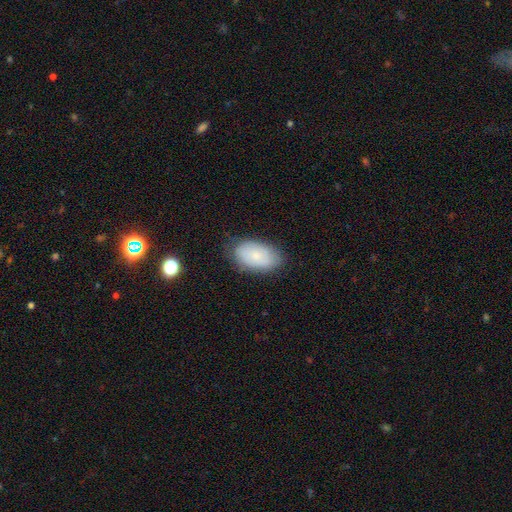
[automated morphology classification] Smooth or featured? Predicted: smooth (p=0.71). How rounded? Predicted: in between (p=0.94). Merging? Predicted: none (p=0.76).